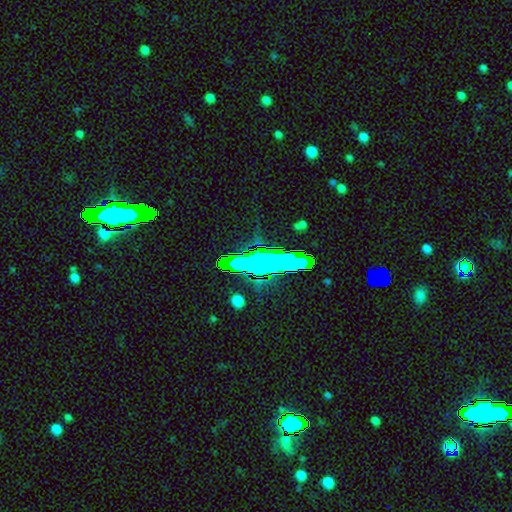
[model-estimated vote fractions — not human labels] Smooth or featured: star or artifact — 62% (smooth — 23%)